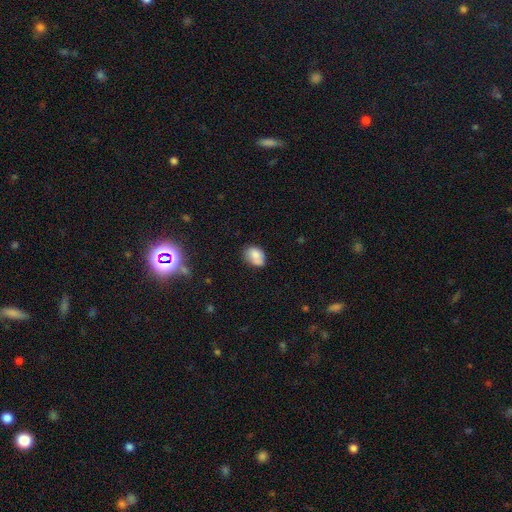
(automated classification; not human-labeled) A smooth galaxy with no disk features (78%) that is in between round and cigar-shaped (70%). Merging: none (58%).